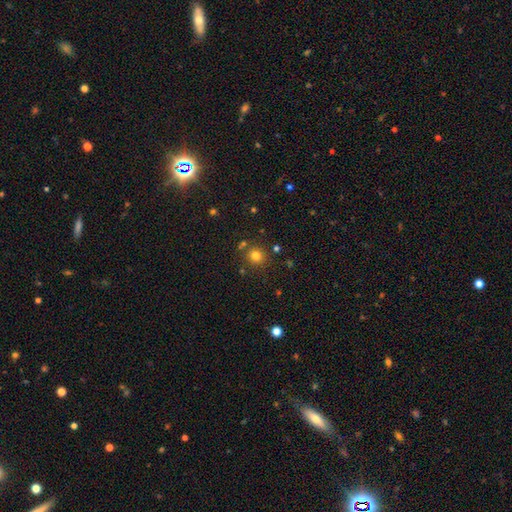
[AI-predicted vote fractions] A smooth galaxy with no disk features (77%) that is round (91%).

Vote fractions:
- Smooth or featured? smooth: 77% / star or artifact: 16% / featured or disk: 7%
- How rounded? round: 91% / in between: 8% / cigar-shaped: 1%
- Merging? none: 82% / minor disturbance: 8% / merger: 7% / major disturbance: 3%